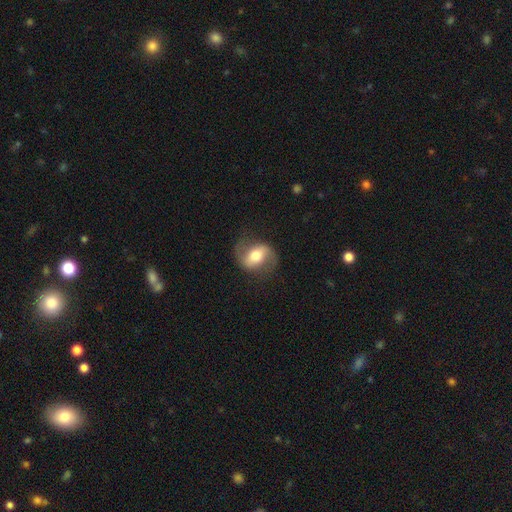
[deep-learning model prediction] Q: Smooth or featured?
A: featured or disk (70%); runner-up: smooth (24%)
Q: Edge-on disk?
A: no (95%); runner-up: yes (5%)
Q: Bar?
A: strong (39%); runner-up: weak (37%)
Q: Spiral arms?
A: yes (87%); runner-up: no (13%)
Q: Spiral winding?
A: loose (45%); runner-up: medium (42%)
Q: Spiral arm count?
A: 2 (91%); runner-up: can't tell (4%)
Q: Bulge size?
A: moderate (59%); runner-up: large (26%)
Q: Merging?
A: none (74%); runner-up: minor disturbance (15%)